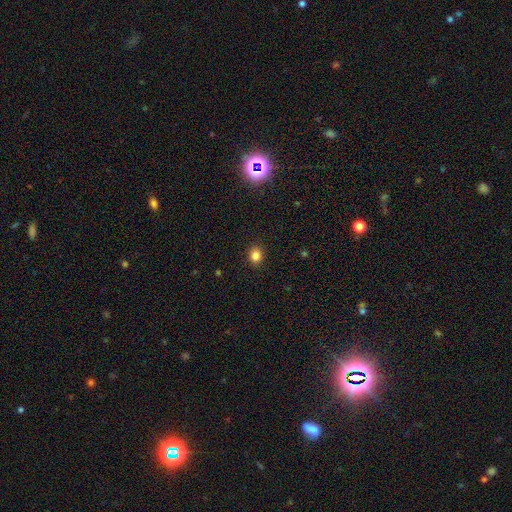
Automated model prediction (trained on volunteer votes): Smooth or featured: smooth — 83% (star or artifact — 12%)
How rounded: round — 67% (in between — 32%)
Merging: none — 91% (minor disturbance — 6%)